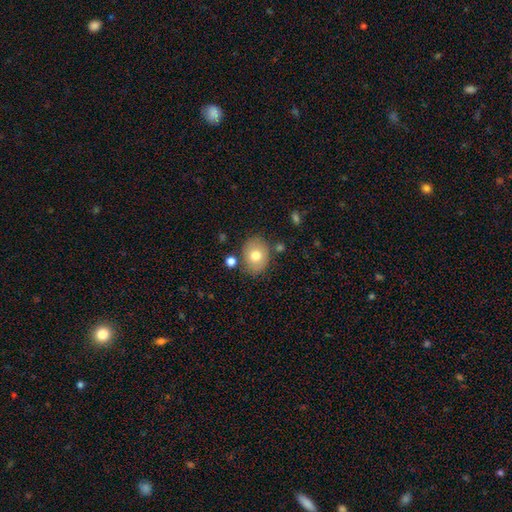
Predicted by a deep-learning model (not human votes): Overall: smooth (73%). How rounded: in between (54%; round 45%). Merging: none (79%).